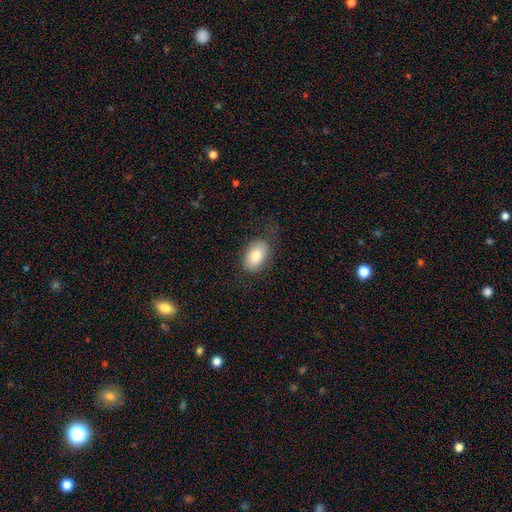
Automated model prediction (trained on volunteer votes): The model was most divided on "merging": none: 72%, minor disturbance: 18%, major disturbance: 9%, merger: 1%. More confident: how rounded — in between (89%); smooth or featured — smooth (80%).